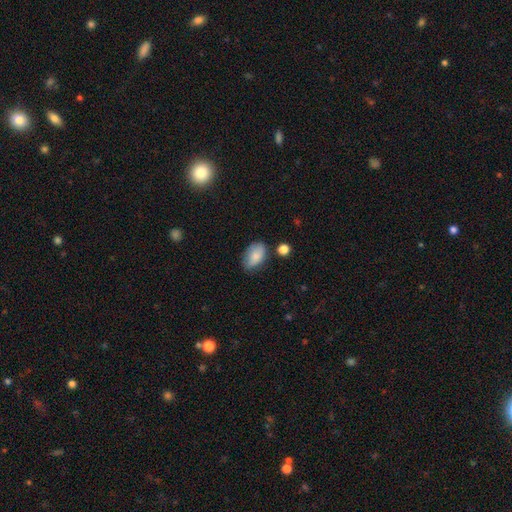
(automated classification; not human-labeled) smooth-or-featured: smooth: 80% | featured or disk: 12% | star or artifact: 7%
  how-rounded: in between: 91% | round: 8% | cigar-shaped: 2%
  merging: none: 64% | minor disturbance: 27% | major disturbance: 6% | merger: 4%